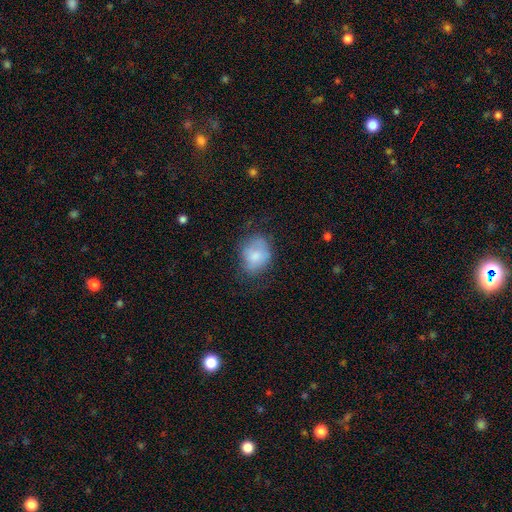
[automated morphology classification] smooth_or_featured: smooth (p=0.74) [alt: featured or disk p=0.18]
how_rounded: in between (p=0.53) [alt: round p=0.46]
merging: none (p=0.57) [alt: minor disturbance p=0.28]